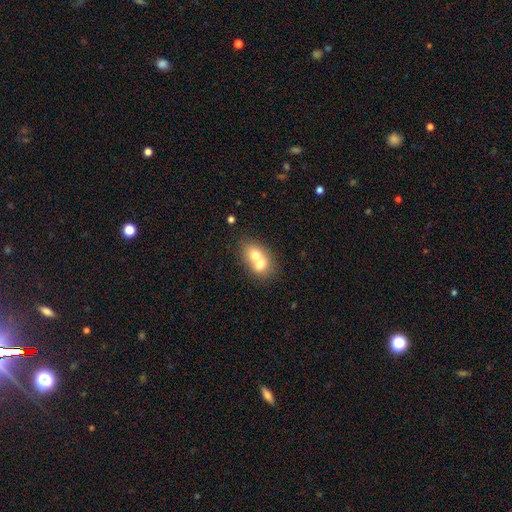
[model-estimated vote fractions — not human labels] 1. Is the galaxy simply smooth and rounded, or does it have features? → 65% smooth, 26% featured or disk, 9% star or artifact.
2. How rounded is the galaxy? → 55% in between, 44% round, 1% cigar-shaped.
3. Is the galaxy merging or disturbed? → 71% merger, 21% none, 5% minor disturbance, 3% major disturbance.